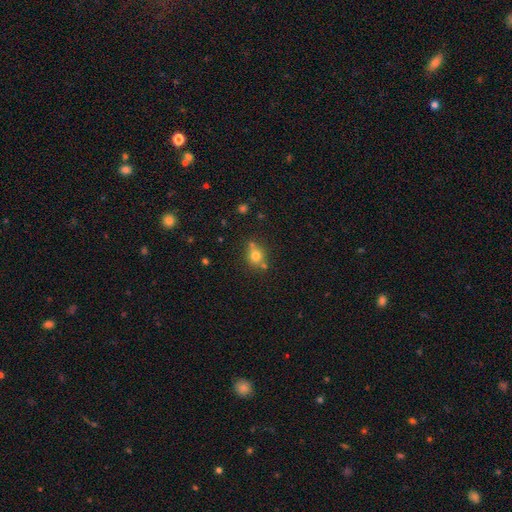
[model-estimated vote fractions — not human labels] A smooth galaxy with no disk features (71%) that is round (70%). Merging: none (61%).